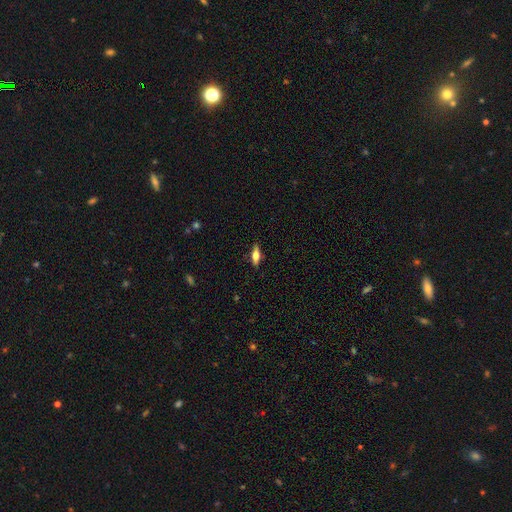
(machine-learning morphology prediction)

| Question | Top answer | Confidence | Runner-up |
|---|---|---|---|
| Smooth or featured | smooth | 50% | featured or disk (42%) |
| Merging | none | 87% | minor disturbance (10%) |